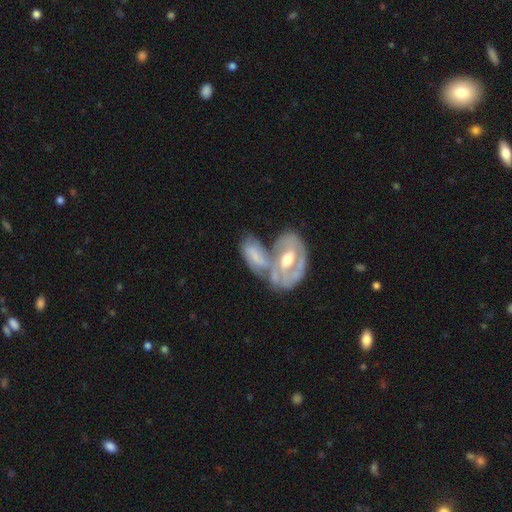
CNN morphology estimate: This appears to be a featured or disk galaxy (59%) with no bar (50%), spiral arms (57%) and a moderate central bulge (57%). Merging: merger (63%).